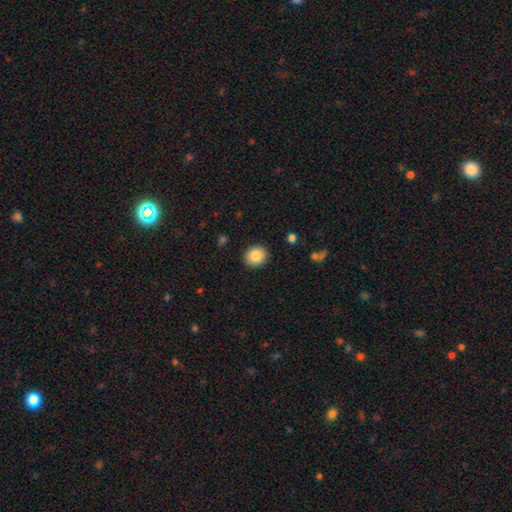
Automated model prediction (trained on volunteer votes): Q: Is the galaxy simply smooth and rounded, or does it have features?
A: smooth — 86%.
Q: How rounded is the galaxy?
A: round — 78%.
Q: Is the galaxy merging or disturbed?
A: none — 91%.